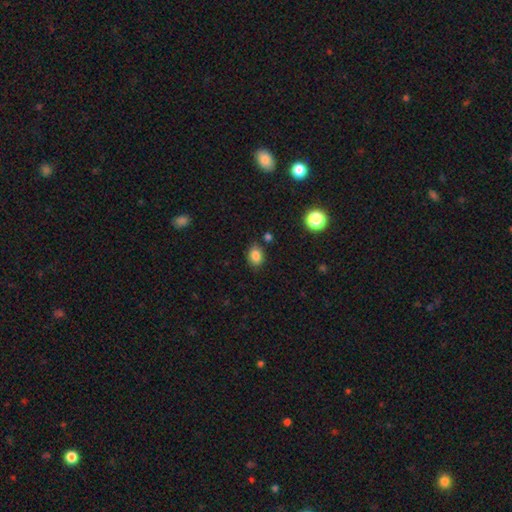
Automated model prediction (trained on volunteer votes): Smooth or featured? Predicted: smooth (p=0.83). How rounded? Predicted: in between (p=0.64). Merging? Predicted: none (p=0.81).